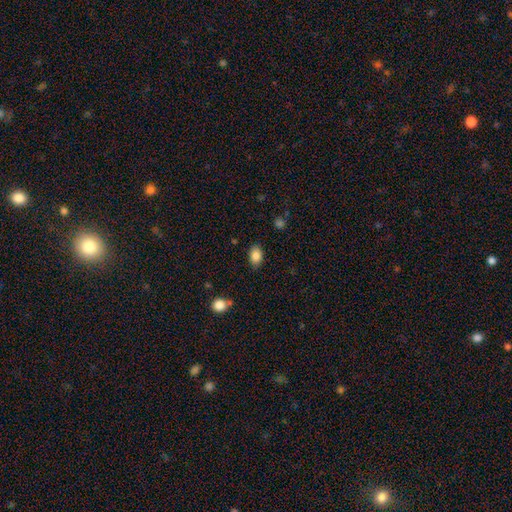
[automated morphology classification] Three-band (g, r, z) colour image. It shows a smooth galaxy with no disk features (86%) that is in between round and cigar-shaped (84%). Merging: none (83%).